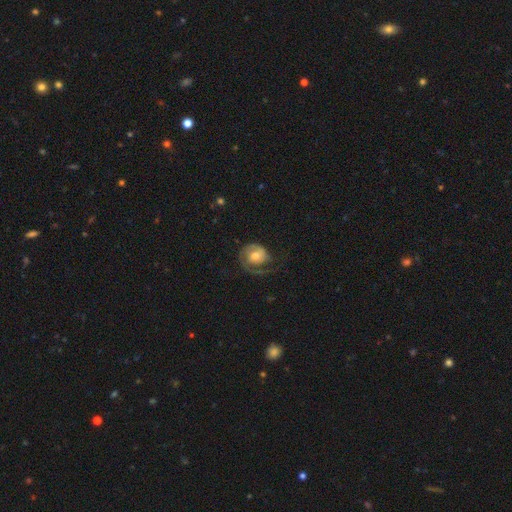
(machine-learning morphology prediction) Smooth or featured? Predicted: featured or disk (p=0.67). Edge-on disk? Predicted: no (p=0.98). Bar? Predicted: no (p=0.68). Spiral arms? Predicted: yes (p=0.88). Spiral winding? Predicted: tight (p=0.41). Spiral arm count? Predicted: 1 (p=0.63). Bulge size? Predicted: moderate (p=0.63). Merging? Predicted: none (p=0.48).